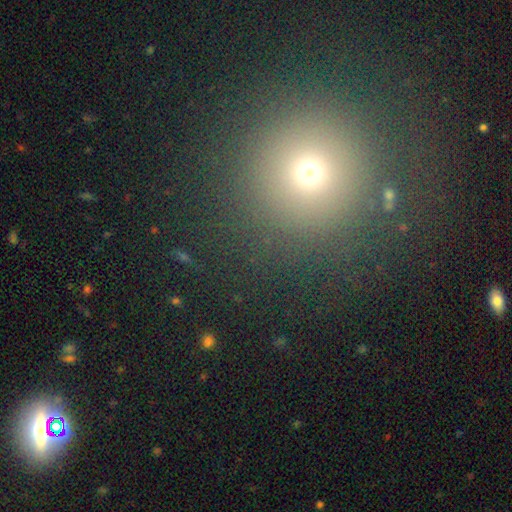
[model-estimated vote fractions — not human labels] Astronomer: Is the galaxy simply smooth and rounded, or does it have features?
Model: smooth — 63%.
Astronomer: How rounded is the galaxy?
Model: round — 95%.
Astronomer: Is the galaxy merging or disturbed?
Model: none — 88%.